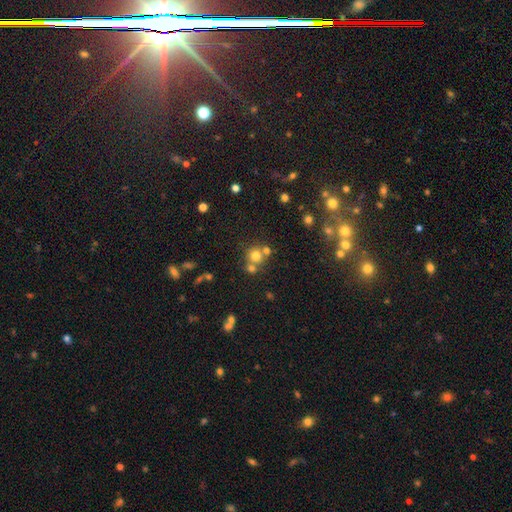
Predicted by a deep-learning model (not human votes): This is likely a smooth galaxy (70%). How rounded: clearly round (90%). Merging: possibly none (58%).